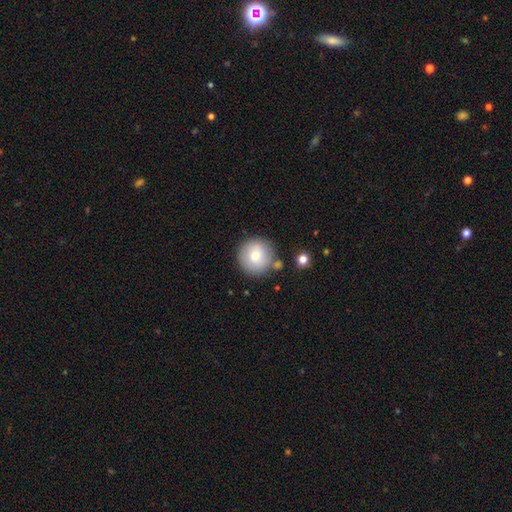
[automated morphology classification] This appears to be a smooth galaxy with no disk features (76%) that is round (95%). Merging: none (79%).